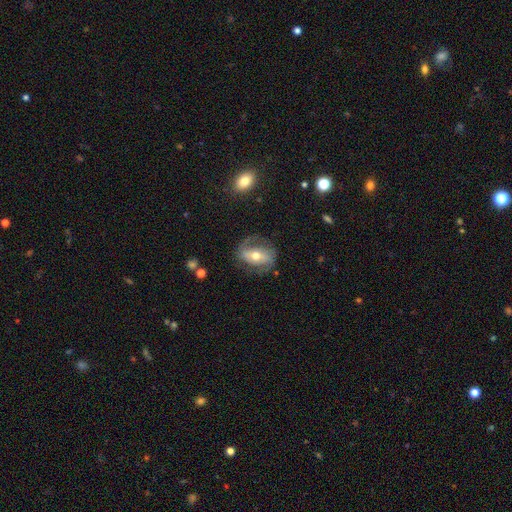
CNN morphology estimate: type=featured or disk (69%); edge-on=no (93%); bar=strong (42%); spiral arms=yes (80%); winding=medium (43%); arm count=2 (78%); bulge=moderate (69%); merging=none (67%).